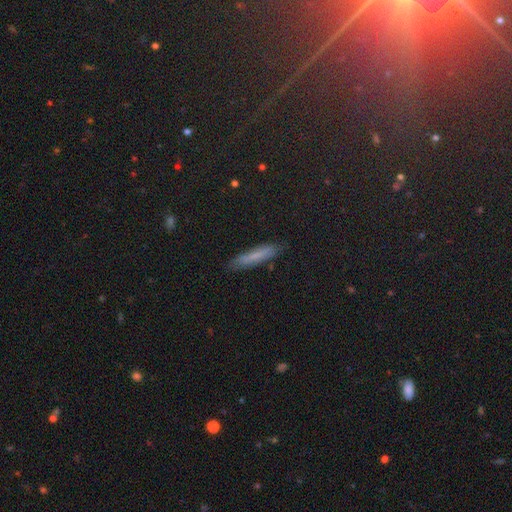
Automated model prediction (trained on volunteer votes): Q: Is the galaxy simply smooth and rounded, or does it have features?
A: smooth — 62%.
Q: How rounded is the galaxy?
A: cigar-shaped — 87%.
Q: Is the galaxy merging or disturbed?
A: none — 84%.